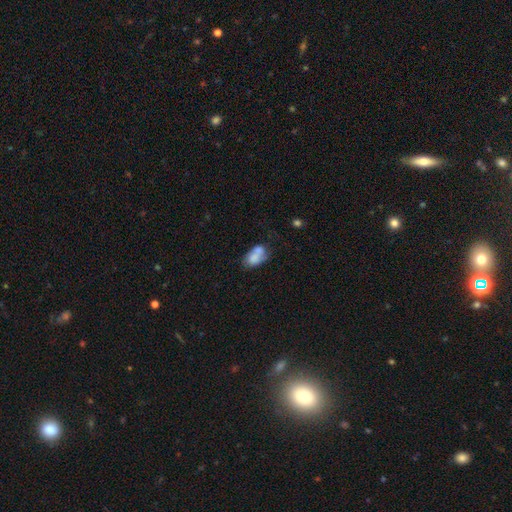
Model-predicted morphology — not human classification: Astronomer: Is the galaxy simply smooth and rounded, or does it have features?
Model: smooth — 67%.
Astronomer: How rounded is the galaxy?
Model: in between — 86%.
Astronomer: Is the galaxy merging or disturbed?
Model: merger — 40% (runner-up: none, 29%).